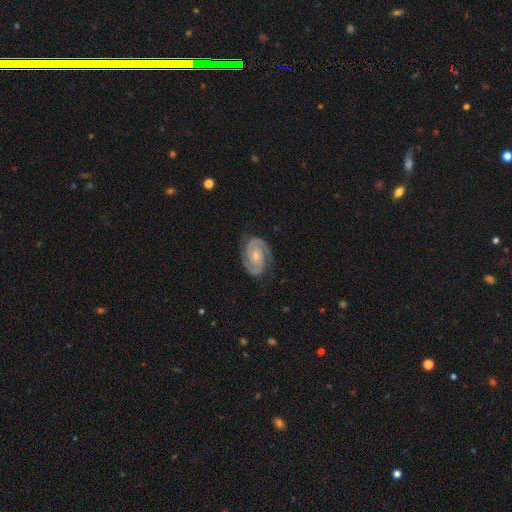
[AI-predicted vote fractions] Morphology: type=featured or disk (92%); edge-on=no (98%); bar=no (65%); spiral arms=yes (98%); winding=tight (60%); arm count=2 (94%); bulge=small (48%); merging=none (85%).